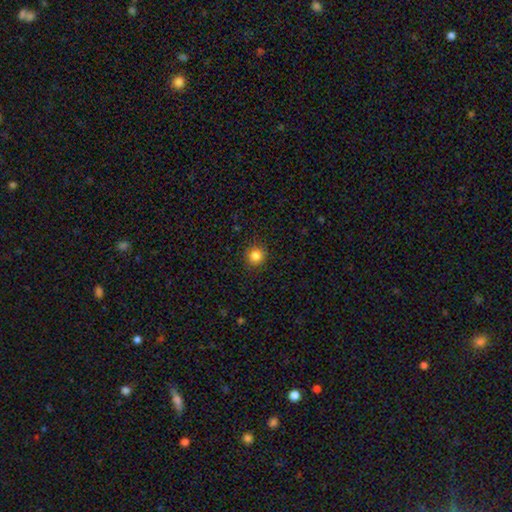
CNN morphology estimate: This is clearly a smooth galaxy (85%). How rounded: clearly round (91%). Merging: clearly none (89%).